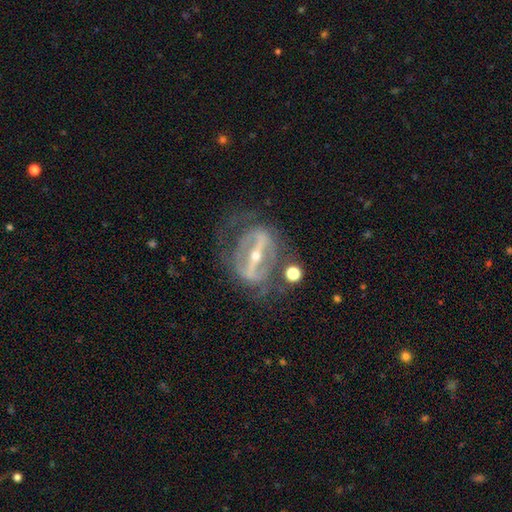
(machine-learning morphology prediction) Smooth or featured: featured or disk — 85% (smooth — 7%)
Edge-on disk: no — 84% (yes — 16%)
Bar: strong — 84% (weak — 11%)
Spiral arms: yes — 61% (no — 39%)
Bulge size: small — 60% (moderate — 36%)
Merging: none — 59% (major disturbance — 19%)